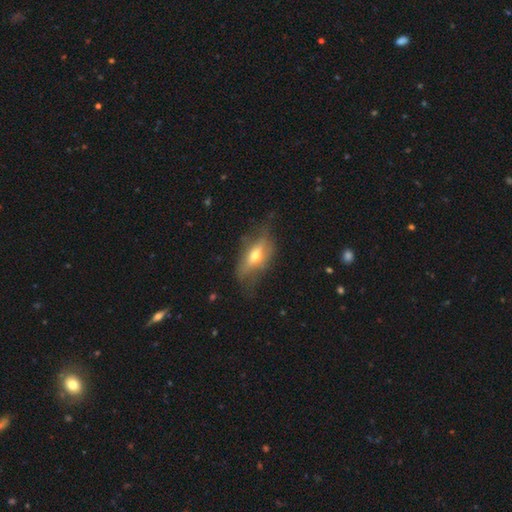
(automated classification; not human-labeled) Overall: featured or disk (48%; smooth 44%). Merging: none (57%; minor disturbance 26%).